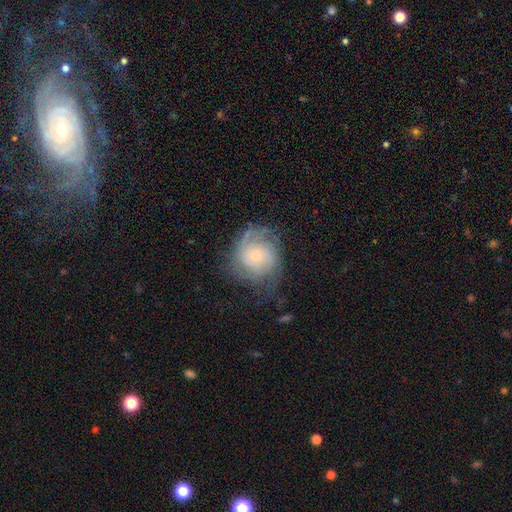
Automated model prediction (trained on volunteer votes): featured or disk 74%, smooth 19%, star or artifact 8%. Down the decision tree: edge-on disk — no (98%); bar — no (78%); spiral arms — yes (90%); spiral arm count — can't tell (36%); spiral winding — tight (54%); bulge size — small (63%); merging — none (61%).